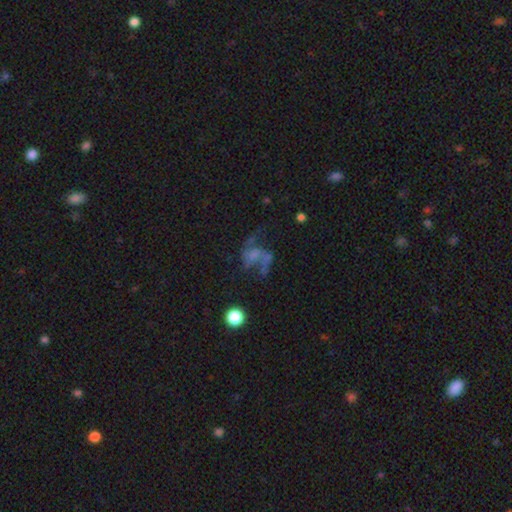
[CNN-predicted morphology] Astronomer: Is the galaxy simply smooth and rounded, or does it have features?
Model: featured or disk — 58%.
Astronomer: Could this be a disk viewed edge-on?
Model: no — 97%.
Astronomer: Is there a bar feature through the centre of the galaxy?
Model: no — 71%.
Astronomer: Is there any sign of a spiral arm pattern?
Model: yes — 62% (runner-up: no, 38%).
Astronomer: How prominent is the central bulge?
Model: none — 67%.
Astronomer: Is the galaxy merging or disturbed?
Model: major disturbance — 39% (runner-up: none, 33%).